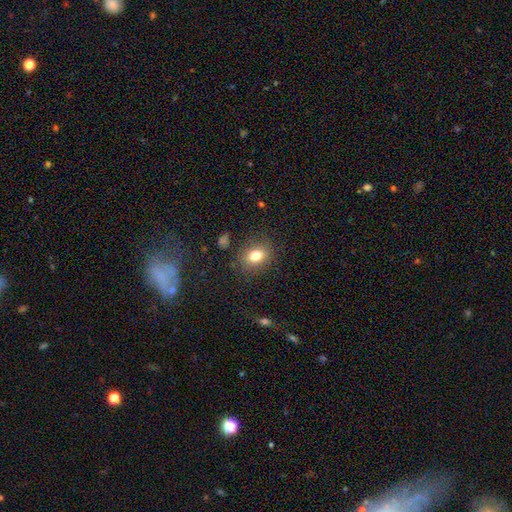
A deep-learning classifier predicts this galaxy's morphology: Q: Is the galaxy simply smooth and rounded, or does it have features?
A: smooth — 78%.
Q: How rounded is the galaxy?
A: in between — 53%.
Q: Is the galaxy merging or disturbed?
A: none — 82%.